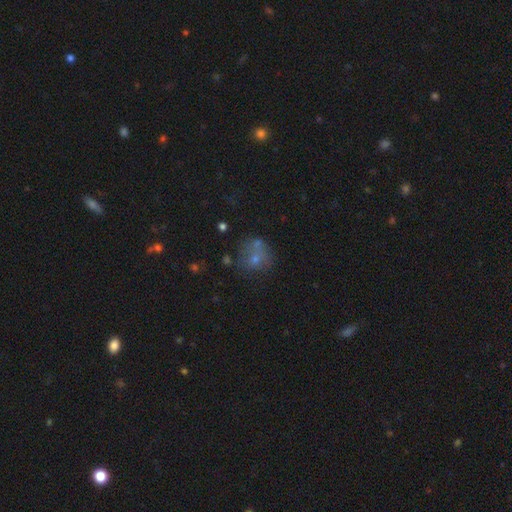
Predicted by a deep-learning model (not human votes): smooth_or_featured: smooth (p=0.59) [alt: featured or disk p=0.22]
how_rounded: round (p=0.76) [alt: in between p=0.22]
merging: none (p=0.49) [alt: merger p=0.20]